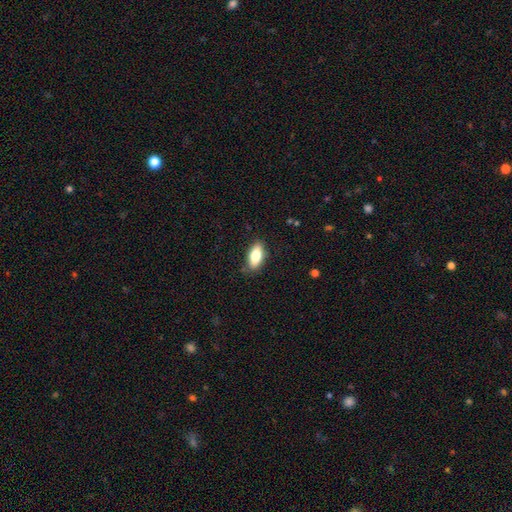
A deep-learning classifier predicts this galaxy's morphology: Smooth or featured?
  - smooth: 78% *
  - featured or disk: 15%
  - star or artifact: 7%
How rounded?
  - in between: 85% *
  - cigar-shaped: 12%
  - round: 3%
Merging?
  - none: 83% *
  - minor disturbance: 13%
  - major disturbance: 3%
  - merger: 1%